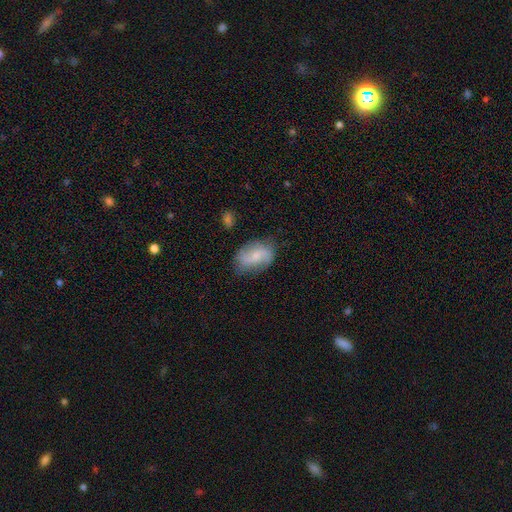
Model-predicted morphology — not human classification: This appears to be a featured or disk galaxy (55%) with no bar (46%), spiral arms (88%) and a small central bulge (52%). Merging: none (71%).